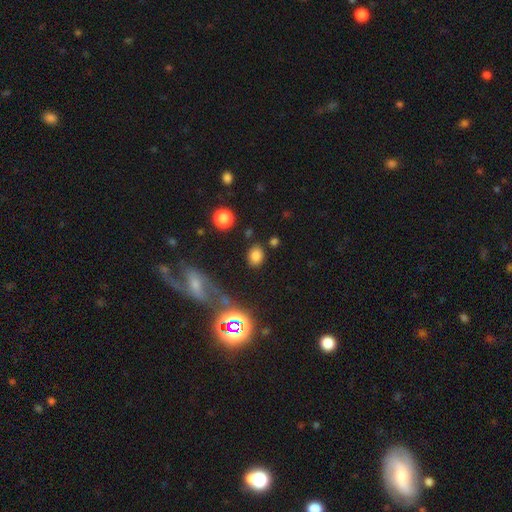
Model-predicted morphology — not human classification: type=smooth (77%); roundness=in between (63%); merging=none (82%).